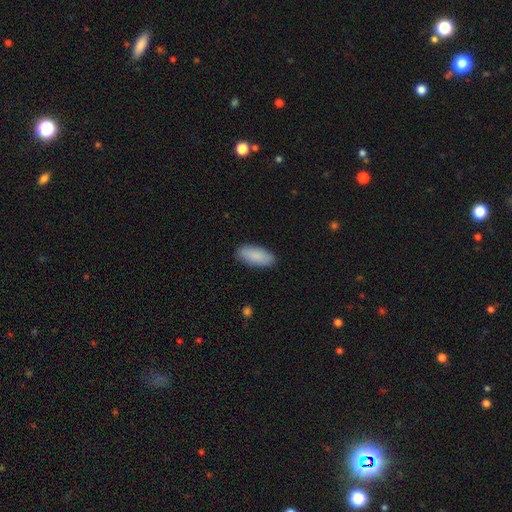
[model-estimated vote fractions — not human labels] Smooth or featured? Predicted: smooth (p=0.89). How rounded? Predicted: in between (p=0.88). Merging? Predicted: none (p=0.88).